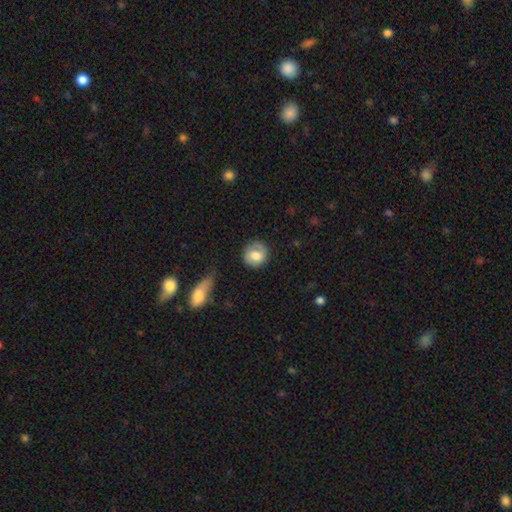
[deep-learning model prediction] Smooth or featured?
  - smooth: 70% *
  - featured or disk: 23%
  - star or artifact: 8%
How rounded?
  - round: 83% *
  - in between: 16%
  - cigar-shaped: 1%
Merging?
  - none: 70% *
  - minor disturbance: 21%
  - major disturbance: 7%
  - merger: 3%